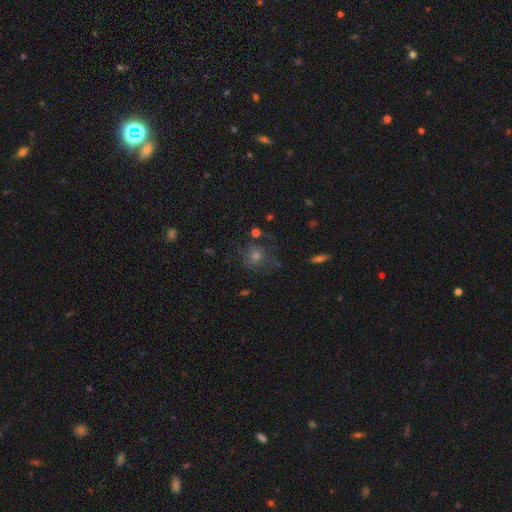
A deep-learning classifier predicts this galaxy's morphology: Smooth or featured?
  - smooth: 38% *
  - featured or disk: 34%
  - star or artifact: 28%
Merging?
  - none: 65% *
  - minor disturbance: 17%
  - major disturbance: 13%
  - merger: 4%